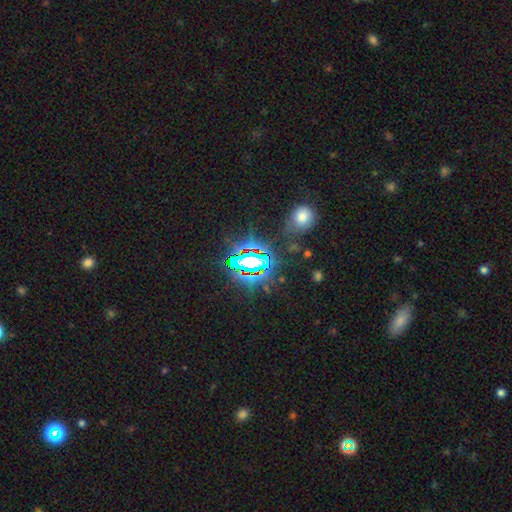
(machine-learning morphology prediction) Overall: star or artifact (76%).